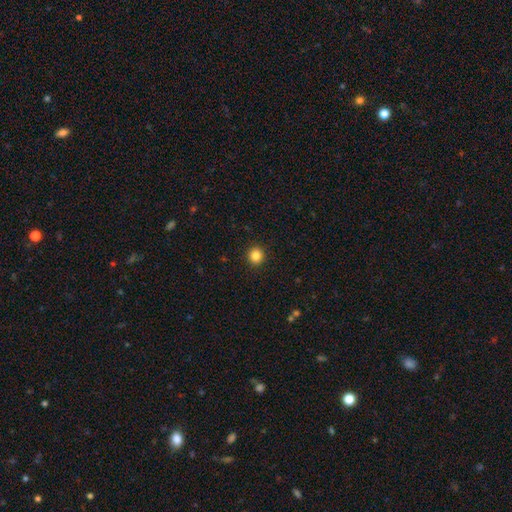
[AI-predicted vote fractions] Overall: smooth (84%). How rounded: round (93%). Merging: none (93%).